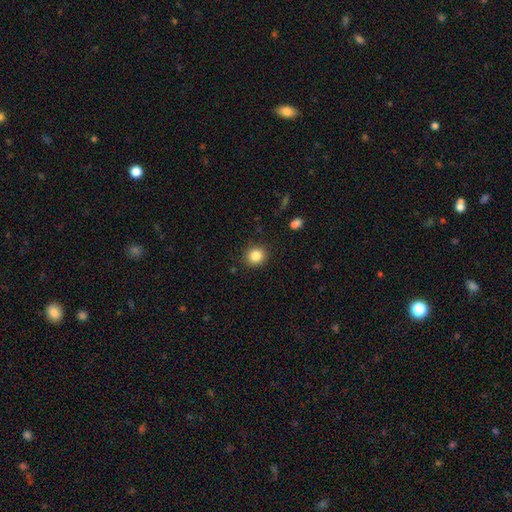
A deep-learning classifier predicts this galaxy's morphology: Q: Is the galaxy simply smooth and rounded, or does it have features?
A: smooth — 84%.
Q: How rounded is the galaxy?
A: round — 86%.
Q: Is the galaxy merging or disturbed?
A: none — 90%.